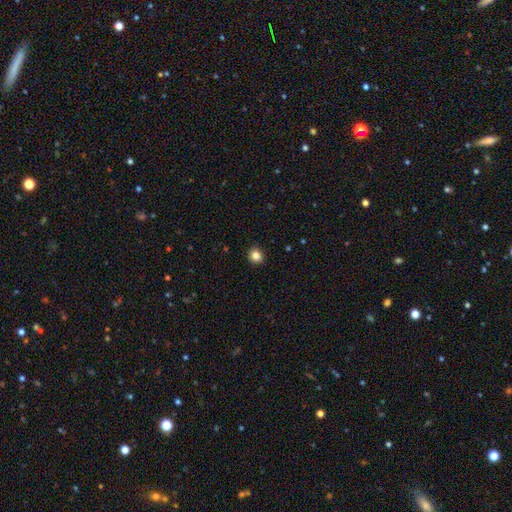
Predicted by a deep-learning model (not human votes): smooth-or-featured: smooth: 85% | star or artifact: 11% | featured or disk: 4%
  how-rounded: round: 84% | in between: 15% | cigar-shaped: 1%
  merging: none: 92% | minor disturbance: 6% | major disturbance: 2% | merger: 1%